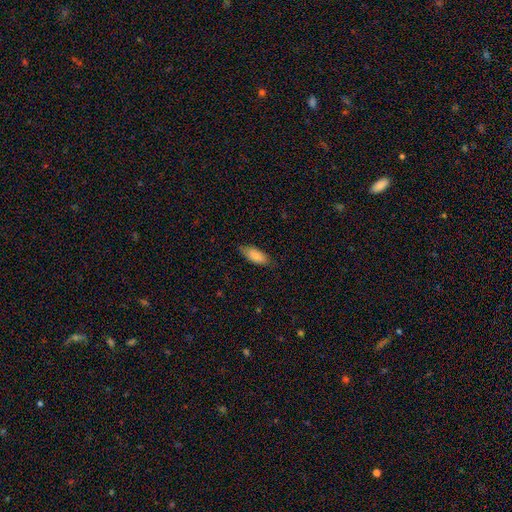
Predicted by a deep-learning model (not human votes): Overall: smooth (85%). How rounded: in between (82%). Merging: none (78%).